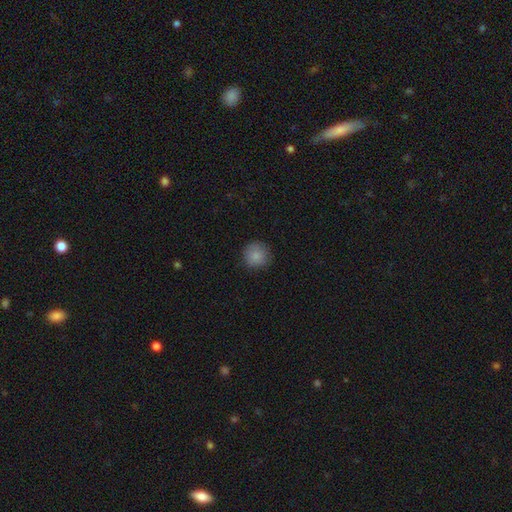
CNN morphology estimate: smooth 86%, star or artifact 9%, featured or disk 5%. Down the decision tree: how rounded — round (93%); merging — none (86%).